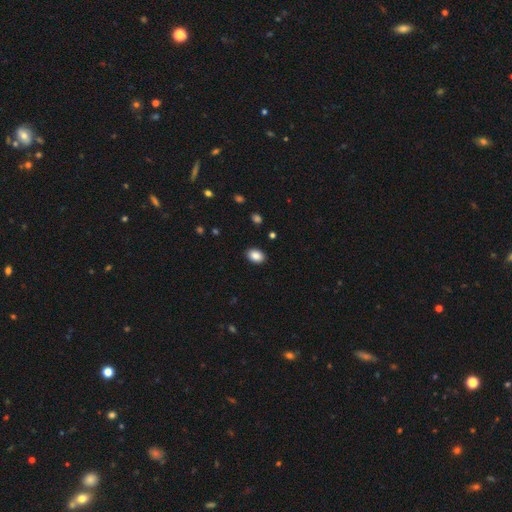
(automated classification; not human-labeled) A smooth galaxy with no disk features (88%) that is in between round and cigar-shaped (77%). Merging: none (90%).